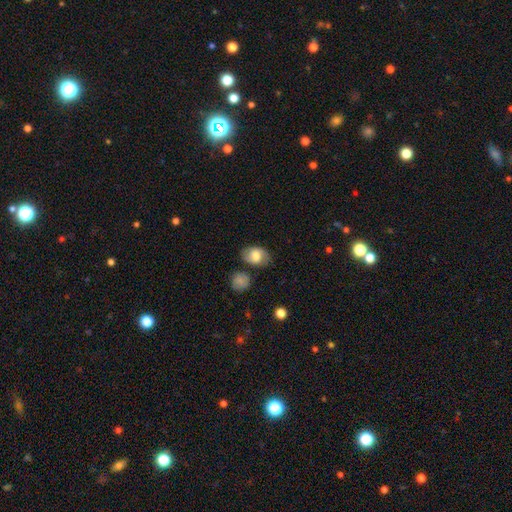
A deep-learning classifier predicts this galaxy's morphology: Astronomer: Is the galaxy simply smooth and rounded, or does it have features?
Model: smooth — 61%.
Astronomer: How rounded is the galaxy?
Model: in between — 80%.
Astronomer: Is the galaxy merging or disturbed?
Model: none — 75%.